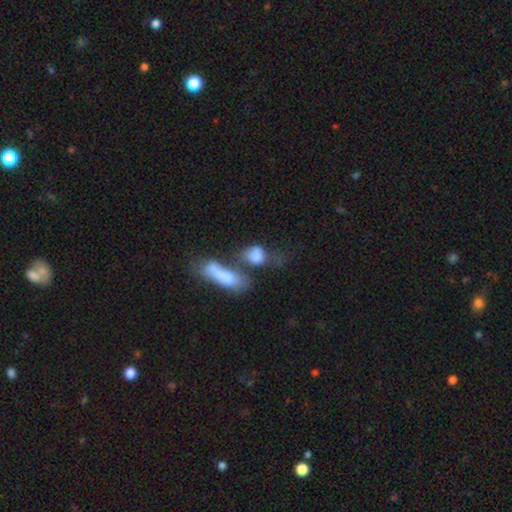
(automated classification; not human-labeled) Q: Smooth or featured?
A: smooth (73%); runner-up: featured or disk (17%)
Q: How rounded?
A: in between (69%); runner-up: round (22%)
Q: Merging?
A: merger (53%); runner-up: none (20%)